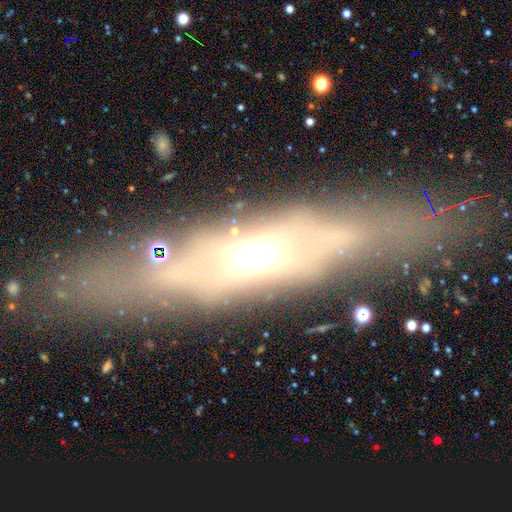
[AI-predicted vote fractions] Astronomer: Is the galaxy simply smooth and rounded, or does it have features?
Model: featured or disk — 54% (runner-up: smooth, 31%).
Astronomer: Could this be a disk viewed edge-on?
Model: yes — 60% (runner-up: no, 40%).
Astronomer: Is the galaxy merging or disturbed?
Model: none — 66%.